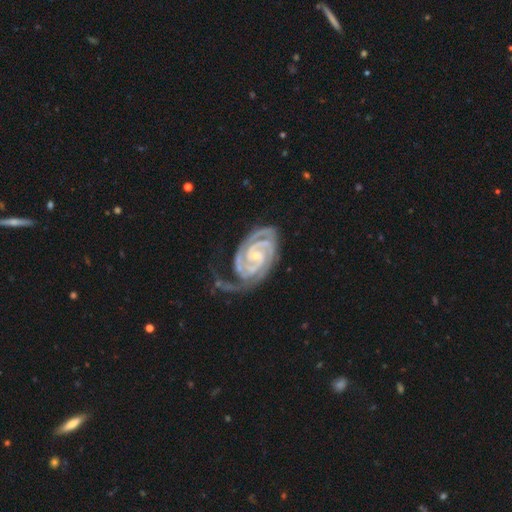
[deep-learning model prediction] Morphology: type=featured or disk (93%); edge-on=no (98%); bar=no (50%); spiral arms=yes (99%); winding=tight (78%); arm count=2 (67%); bulge=small (75%); merging=none (53%).